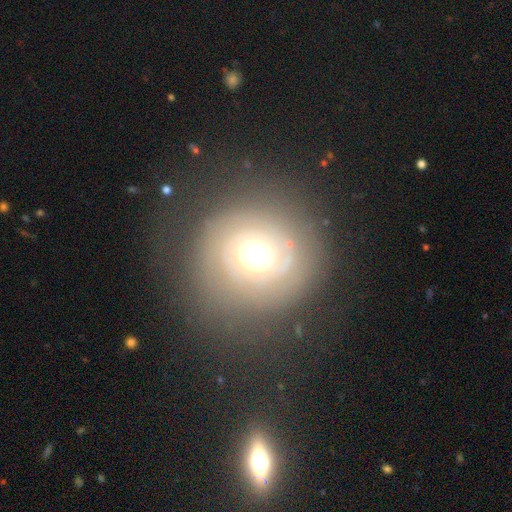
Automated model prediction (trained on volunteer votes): Smooth or featured: featured or disk — 63% (smooth — 27%)
Edge-on disk: no — 97% (yes — 3%)
Bar: no — 80% (weak — 15%)
Spiral arms: yes — 71% (no — 29%)
Bulge size: moderate — 64% (large — 23%)
Merging: none — 74% (minor disturbance — 14%)